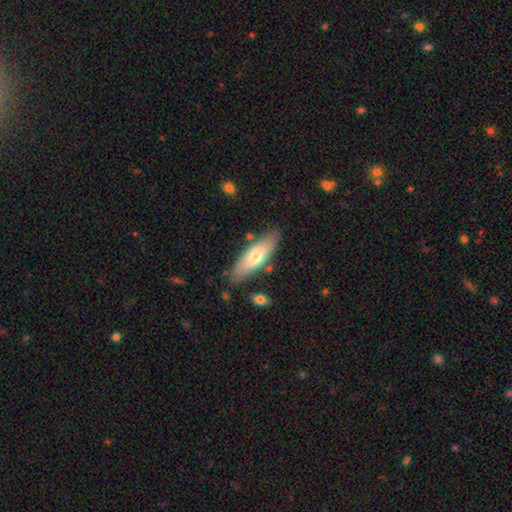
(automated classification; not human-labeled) Smooth or featured? smooth (65%)
How rounded? in between (53%)
Merging? none (80%)